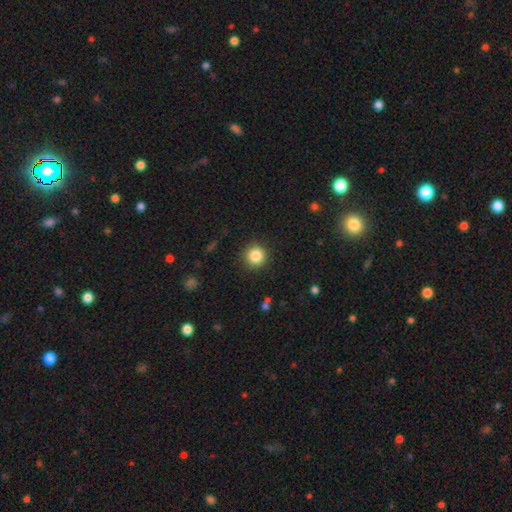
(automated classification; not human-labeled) This is clearly a smooth galaxy (85%). How rounded: clearly round (95%). Merging: clearly none (91%).